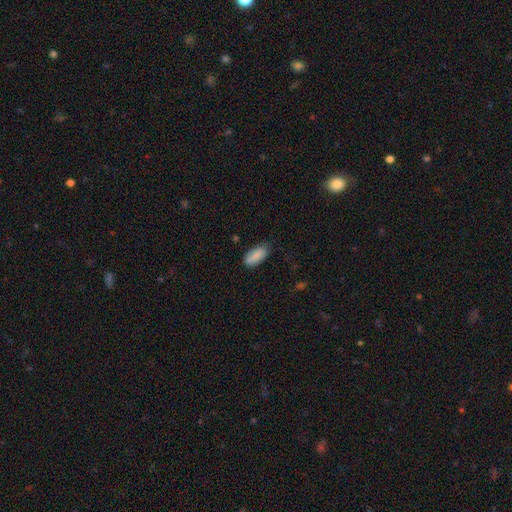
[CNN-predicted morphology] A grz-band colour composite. It shows a smooth galaxy with no disk features (86%) that is in between round and cigar-shaped (88%). Merging: none (72%).